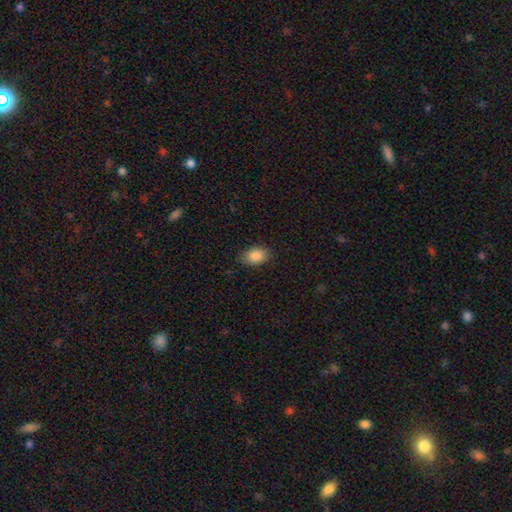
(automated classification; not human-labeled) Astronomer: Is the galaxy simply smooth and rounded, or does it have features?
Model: smooth — 87%.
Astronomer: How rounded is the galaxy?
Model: in between — 87%.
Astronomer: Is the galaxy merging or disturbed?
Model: none — 83%.